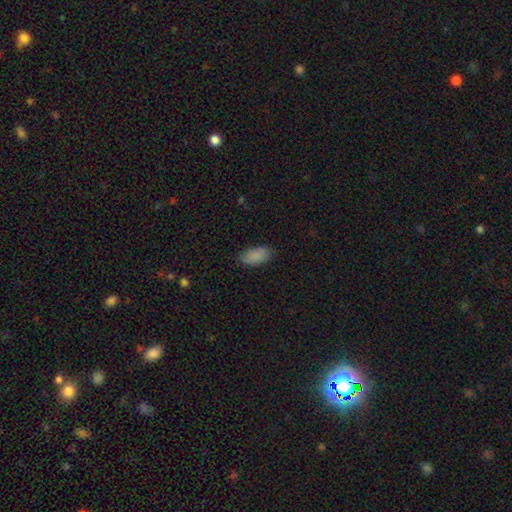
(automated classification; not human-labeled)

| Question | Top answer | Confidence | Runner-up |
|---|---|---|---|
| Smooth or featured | smooth | 88% | star or artifact (7%) |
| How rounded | in between | 93% | cigar-shaped (5%) |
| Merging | none | 84% | minor disturbance (12%) |